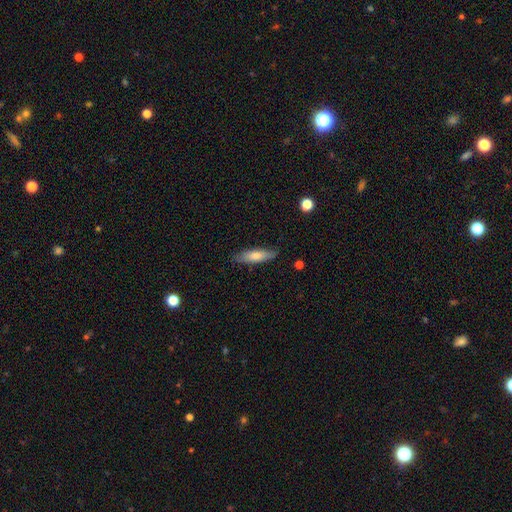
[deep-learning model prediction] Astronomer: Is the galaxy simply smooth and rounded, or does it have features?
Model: smooth — 70%.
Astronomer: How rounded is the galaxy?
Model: cigar-shaped — 67%.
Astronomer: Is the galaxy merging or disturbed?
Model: none — 83%.